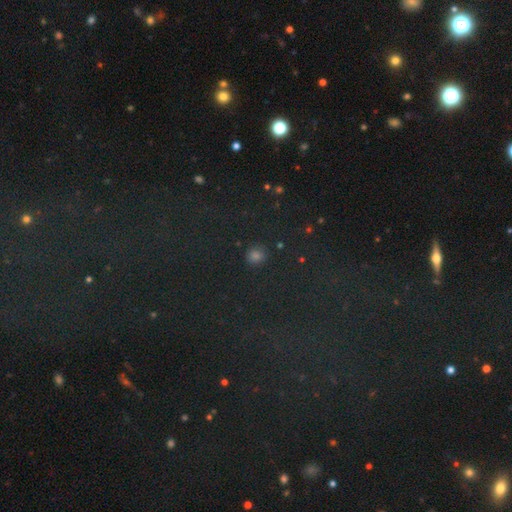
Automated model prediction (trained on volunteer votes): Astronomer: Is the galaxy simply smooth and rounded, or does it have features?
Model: smooth — 70%.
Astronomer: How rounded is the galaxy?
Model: round — 80%.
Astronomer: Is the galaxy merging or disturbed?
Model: none — 89%.